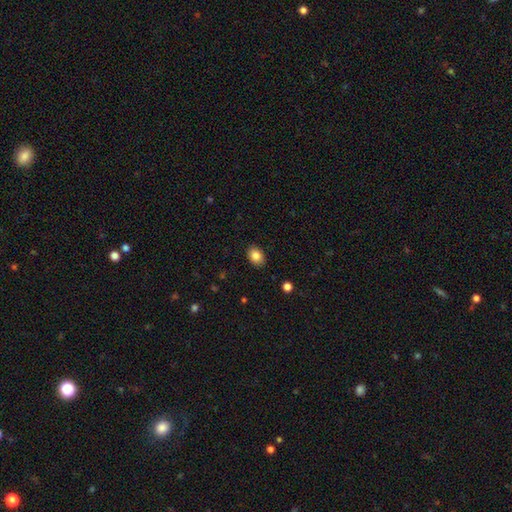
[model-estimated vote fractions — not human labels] smooth_or_featured: smooth (p=0.86) [alt: star or artifact p=0.09]
how_rounded: in between (p=0.74) [alt: round p=0.25]
merging: none (p=0.88) [alt: minor disturbance p=0.09]